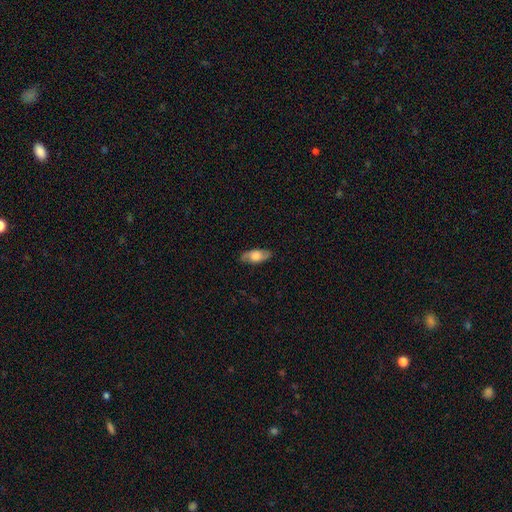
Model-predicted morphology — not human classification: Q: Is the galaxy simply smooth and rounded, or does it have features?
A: smooth — 54%.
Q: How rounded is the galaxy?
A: in between — 81%.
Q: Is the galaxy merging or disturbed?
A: none — 85%.